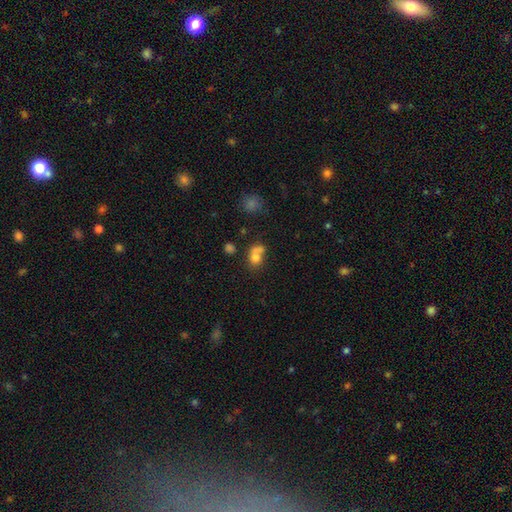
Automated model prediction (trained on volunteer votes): Q: Smooth or featured?
A: smooth (73%); runner-up: featured or disk (15%)
Q: How rounded?
A: round (55%); runner-up: in between (43%)
Q: Merging?
A: merger (48%); runner-up: none (30%)